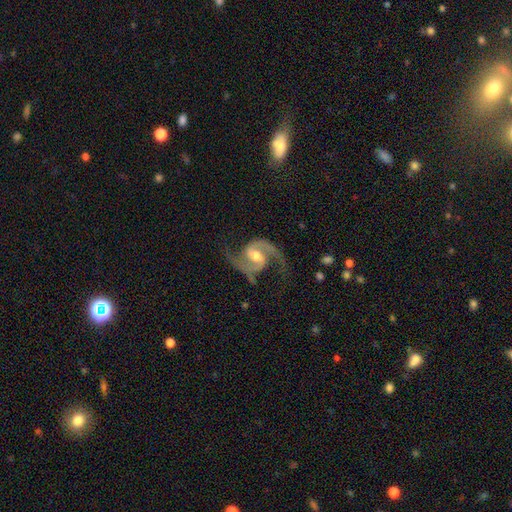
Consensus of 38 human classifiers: Volunteers were most divided on "merging": none: 61%, minor disturbance: 26%, major disturbance: 8%, merger: 5%. More confident: spiral arms — yes (100%); spiral arm count — 2 (100%); smooth or featured — featured or disk (97%); edge-on disk — no (92%); bulge size — moderate (79%); spiral winding — medium (74%); bar — weak (68%).